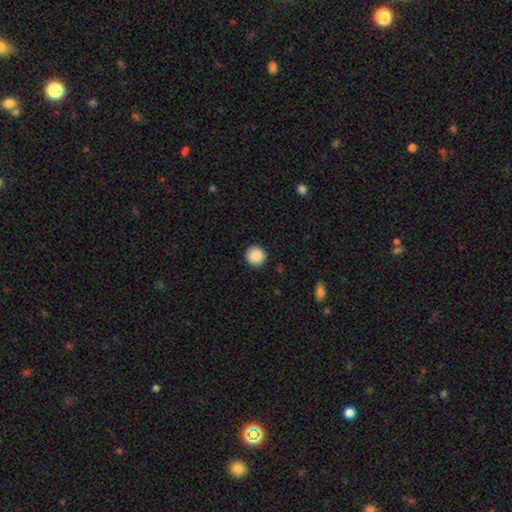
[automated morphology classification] Overall: smooth (89%). How rounded: round (95%). Merging: none (92%).